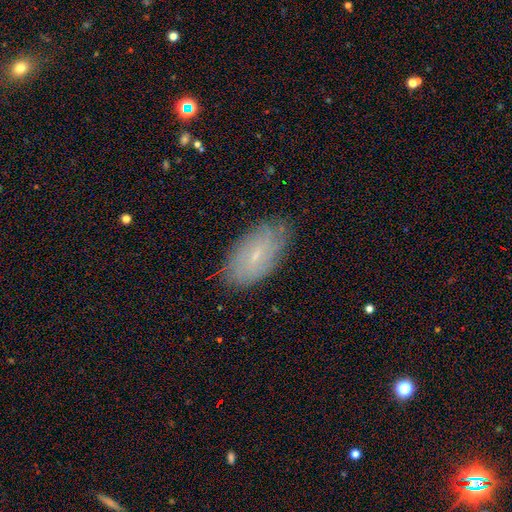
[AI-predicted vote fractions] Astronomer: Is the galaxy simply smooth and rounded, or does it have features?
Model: smooth — 45% (runner-up: featured or disk, 43%).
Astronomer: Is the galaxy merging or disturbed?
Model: none — 80%.